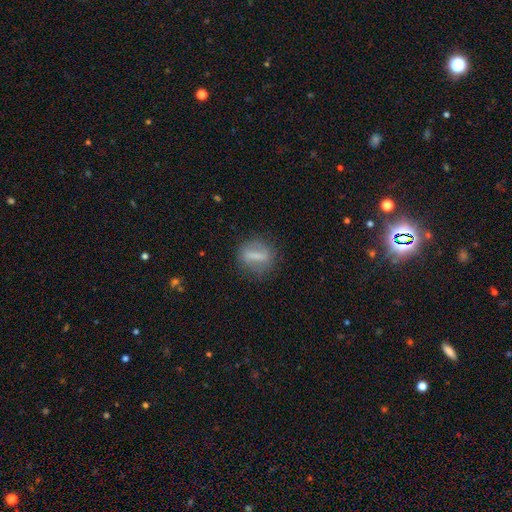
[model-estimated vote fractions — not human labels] Q: Smooth or featured?
A: smooth (50%); runner-up: featured or disk (40%)
Q: Merging?
A: none (78%); runner-up: minor disturbance (14%)